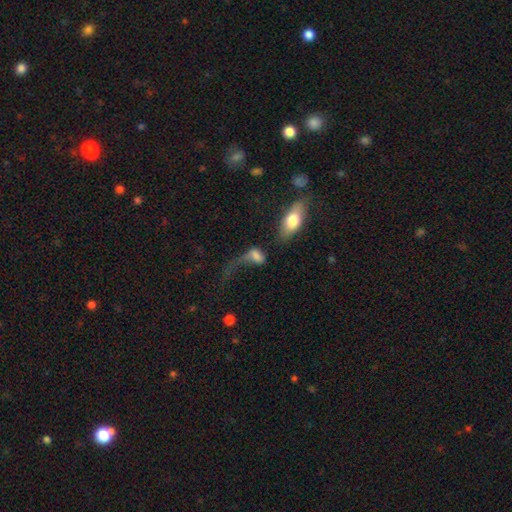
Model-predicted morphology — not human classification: This is likely a smooth galaxy (63%). How rounded: likely in between (78%). Merging: possibly major disturbance (50%).